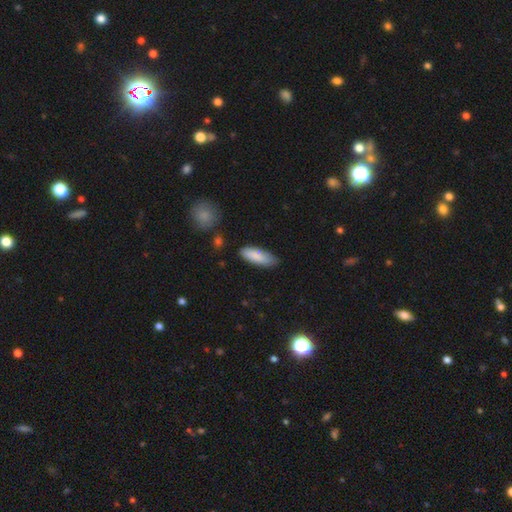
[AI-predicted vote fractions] Q: Smooth or featured?
A: smooth (86%); runner-up: featured or disk (9%)
Q: How rounded?
A: in between (57%); runner-up: cigar-shaped (42%)
Q: Merging?
A: none (74%); runner-up: minor disturbance (19%)